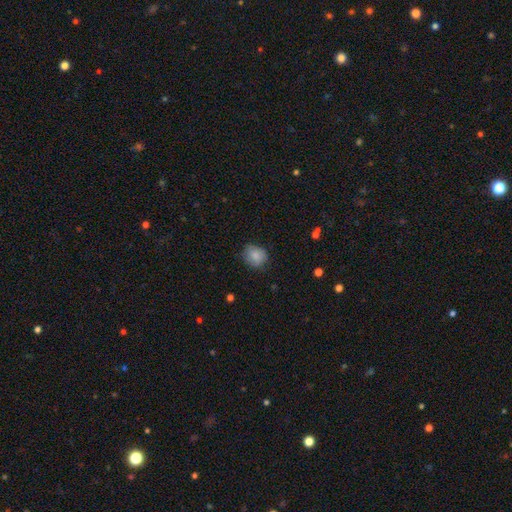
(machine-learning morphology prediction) smooth 84%, star or artifact 8%, featured or disk 8%. Down the decision tree: how rounded — round (71%); merging — none (76%).